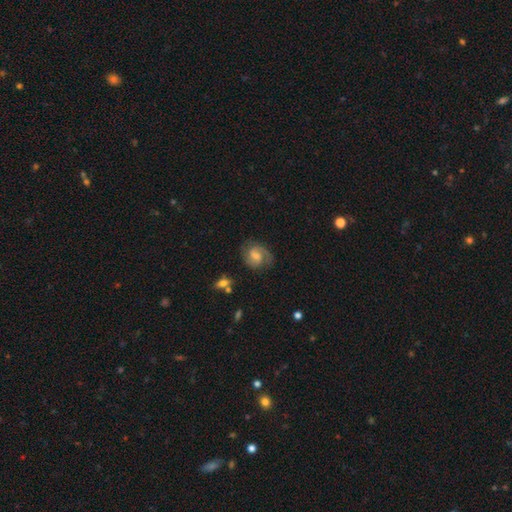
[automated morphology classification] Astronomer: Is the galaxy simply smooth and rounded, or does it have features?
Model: featured or disk — 72%.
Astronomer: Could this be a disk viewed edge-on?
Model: no — 97%.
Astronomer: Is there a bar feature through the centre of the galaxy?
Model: weak — 57%.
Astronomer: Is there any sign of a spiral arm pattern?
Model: yes — 94%.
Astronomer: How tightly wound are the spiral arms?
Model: medium — 51% (runner-up: tight, 28%).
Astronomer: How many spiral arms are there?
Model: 2 — 82%.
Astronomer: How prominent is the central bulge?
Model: moderate — 42% (runner-up: small, 33%).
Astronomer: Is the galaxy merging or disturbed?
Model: none — 73%.